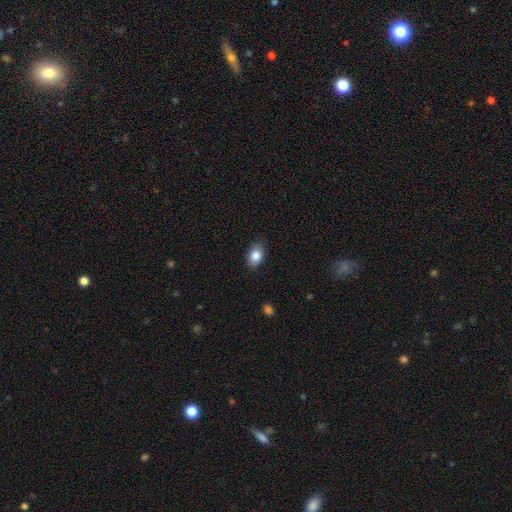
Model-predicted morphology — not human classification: Smooth or featured: smooth — 85% (star or artifact — 8%)
How rounded: in between — 84% (round — 14%)
Merging: none — 84% (minor disturbance — 12%)